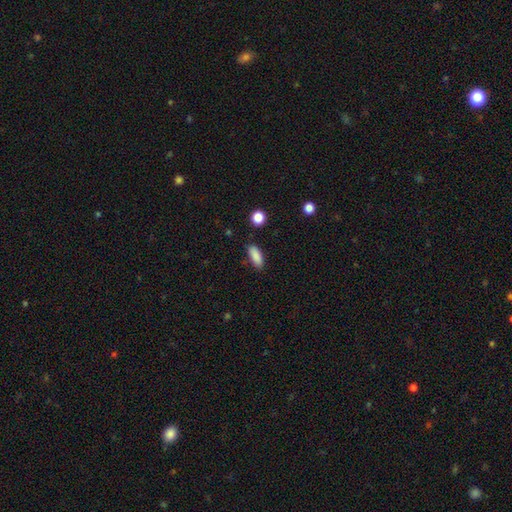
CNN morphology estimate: smooth-or-featured: smooth: 88% | star or artifact: 8% | featured or disk: 4%
  how-rounded: in between: 77% | cigar-shaped: 20% | round: 3%
  merging: none: 85% | minor disturbance: 11% | major disturbance: 3% | merger: 2%